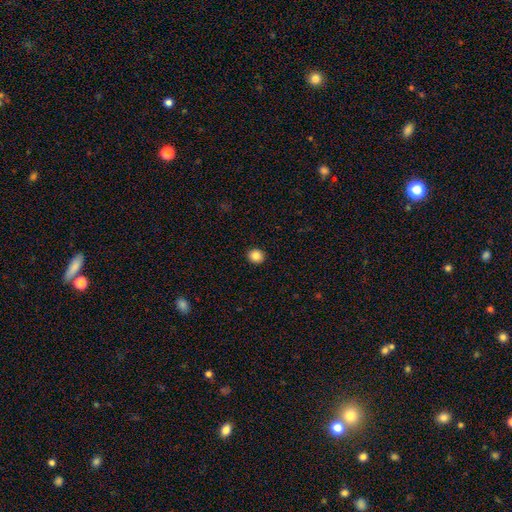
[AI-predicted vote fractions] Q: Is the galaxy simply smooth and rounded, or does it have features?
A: smooth — 85%.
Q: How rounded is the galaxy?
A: round — 85%.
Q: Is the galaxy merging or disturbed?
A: none — 93%.